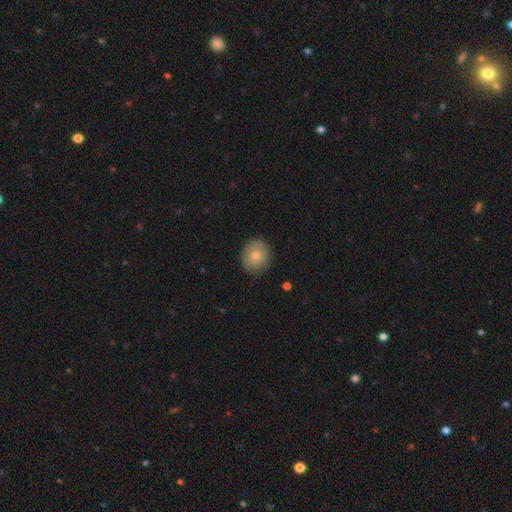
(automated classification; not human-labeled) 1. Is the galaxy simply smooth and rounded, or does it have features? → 77% smooth, 16% featured or disk, 7% star or artifact.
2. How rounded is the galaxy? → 77% round, 22% in between, 1% cigar-shaped.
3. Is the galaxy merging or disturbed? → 83% none, 13% minor disturbance, 3% major disturbance, 1% merger.